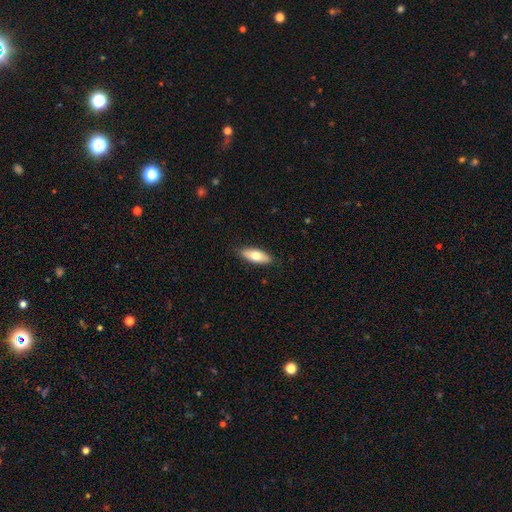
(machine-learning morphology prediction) Smooth or featured? Predicted: smooth (p=0.72). How rounded? Predicted: in between (p=0.75). Merging? Predicted: none (p=0.88).